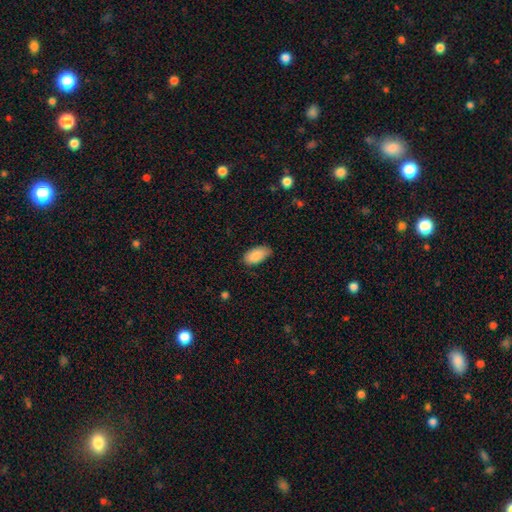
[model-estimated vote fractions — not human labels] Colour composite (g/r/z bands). It shows a smooth galaxy with no disk features (88%) that is in between round and cigar-shaped (94%). Merging: none (81%).